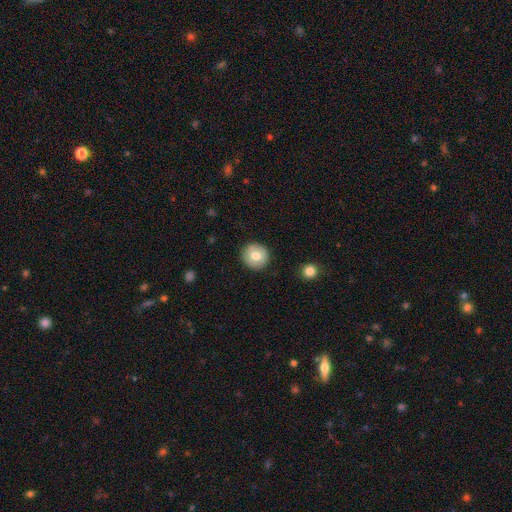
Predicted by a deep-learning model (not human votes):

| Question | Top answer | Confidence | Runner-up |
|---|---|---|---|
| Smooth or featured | smooth | 76% | featured or disk (16%) |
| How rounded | round | 92% | in between (7%) |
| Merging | none | 90% | minor disturbance (7%) |